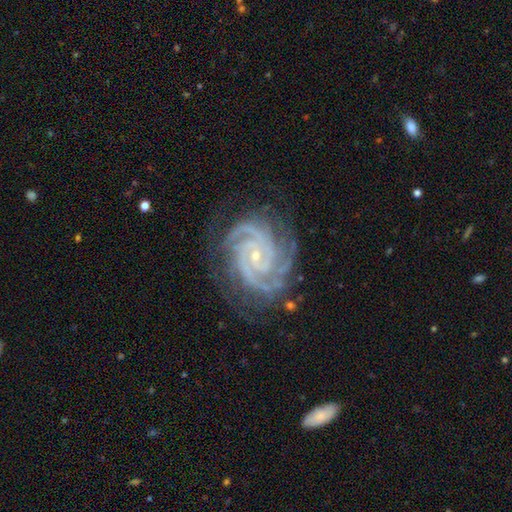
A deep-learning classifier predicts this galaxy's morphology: This is clearly a featured or disk galaxy (93%). It is clearly not viewed edge-on (98%). Bar: likely no (66%). Spiral arm pattern: clearly yes (99%). Spiral arm count: marginally 3 (31%, tied with 2). Spiral winding: likely tight (75%). Central bulge: clearly small (81%). Merging: likely none (76%).